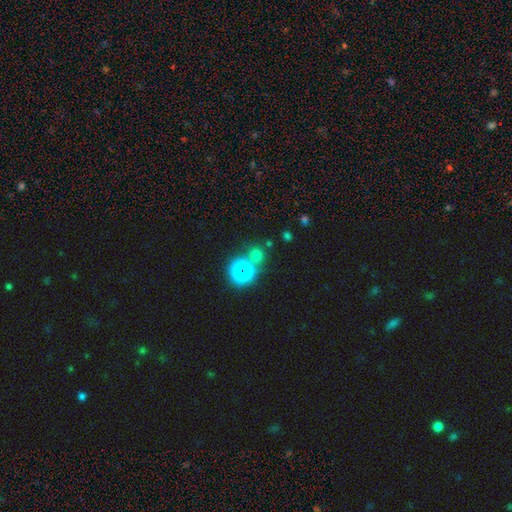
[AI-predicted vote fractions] smooth_or_featured: smooth (p=0.62) [alt: star or artifact p=0.32]
how_rounded: round (p=0.90) [alt: in between p=0.09]
merging: none (p=0.73) [alt: merger p=0.16]